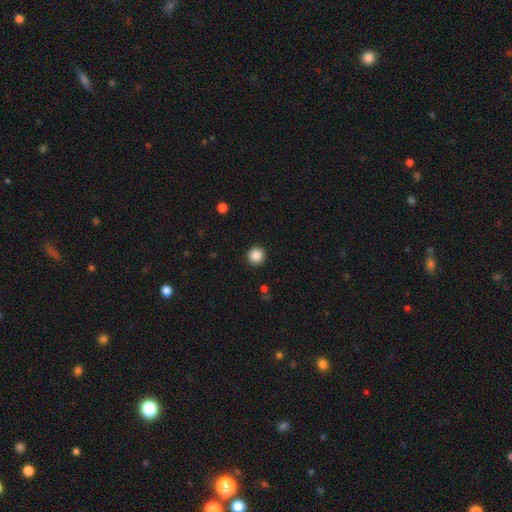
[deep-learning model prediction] The model was most divided on "smooth or featured": smooth: 87%, star or artifact: 10%, featured or disk: 3%. More confident: how rounded — round (96%); merging — none (93%).